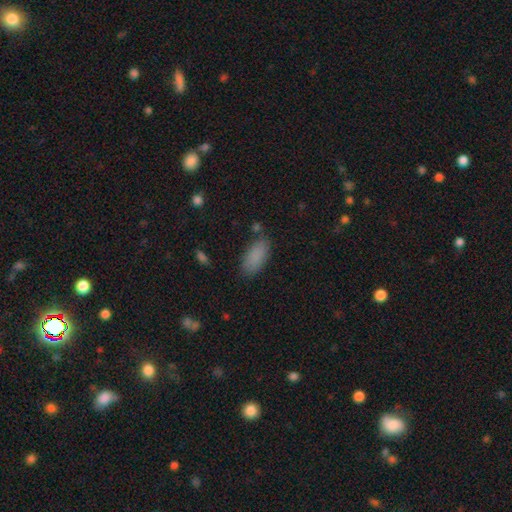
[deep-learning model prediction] A smooth galaxy with no disk features (87%) that is in between round and cigar-shaped (88%).

Vote fractions:
- Smooth or featured? smooth: 87% / star or artifact: 8% / featured or disk: 5%
- How rounded? in between: 88% / cigar-shaped: 10% / round: 2%
- Merging? none: 79% / minor disturbance: 14% / major disturbance: 4% / merger: 3%